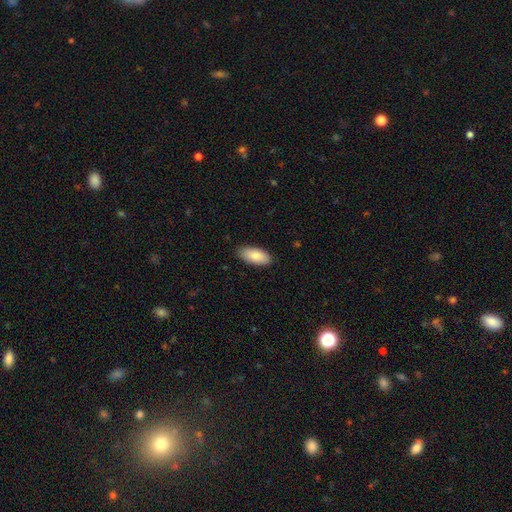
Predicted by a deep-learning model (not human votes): Smooth or featured?
  - smooth: 85% *
  - featured or disk: 9%
  - star or artifact: 6%
How rounded?
  - in between: 90% *
  - cigar-shaped: 8%
  - round: 2%
Merging?
  - none: 87% *
  - minor disturbance: 10%
  - major disturbance: 2%
  - merger: 1%